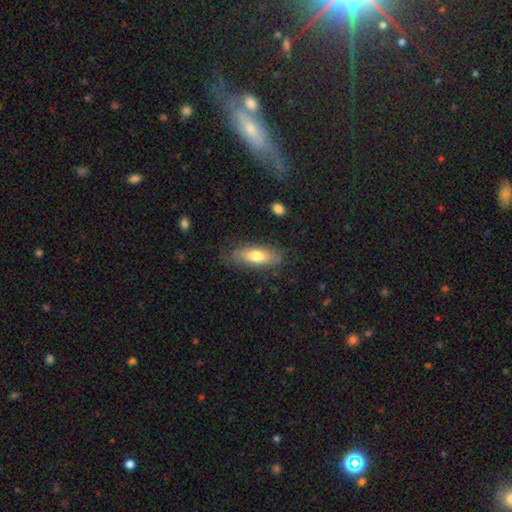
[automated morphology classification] Overall: smooth (68%). How rounded: in between (69%). Merging: none (73%).